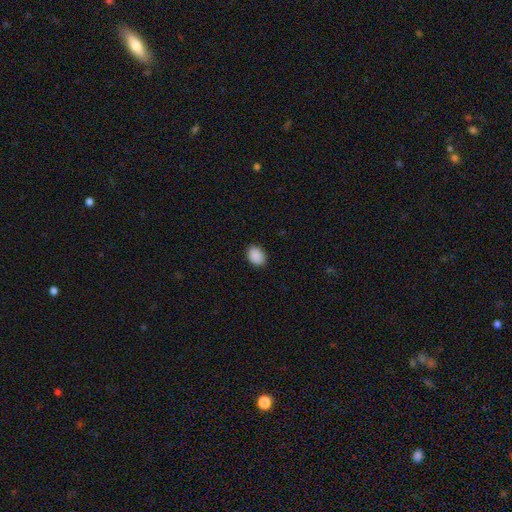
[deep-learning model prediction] smooth_or_featured: smooth (p=0.90) [alt: star or artifact p=0.08]
how_rounded: in between (p=0.73) [alt: round p=0.27]
merging: none (p=0.88) [alt: minor disturbance p=0.09]